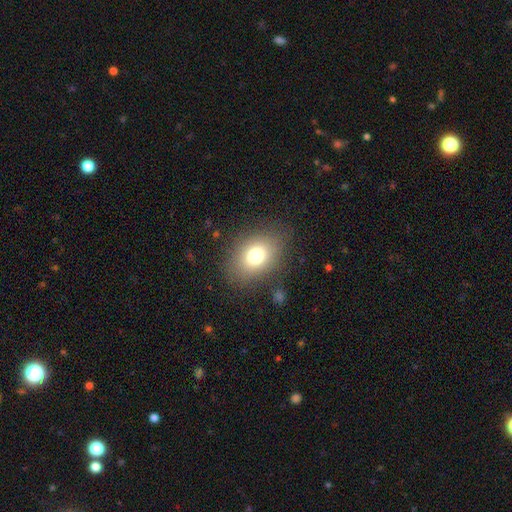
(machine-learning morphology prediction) A smooth galaxy with no disk features (77%) that is in between round and cigar-shaped (70%).

Vote fractions:
- Smooth or featured? smooth: 77% / featured or disk: 12% / star or artifact: 11%
- How rounded? in between: 70% / round: 29% / cigar-shaped: 1%
- Merging? none: 80% / minor disturbance: 13% / major disturbance: 6% / merger: 2%